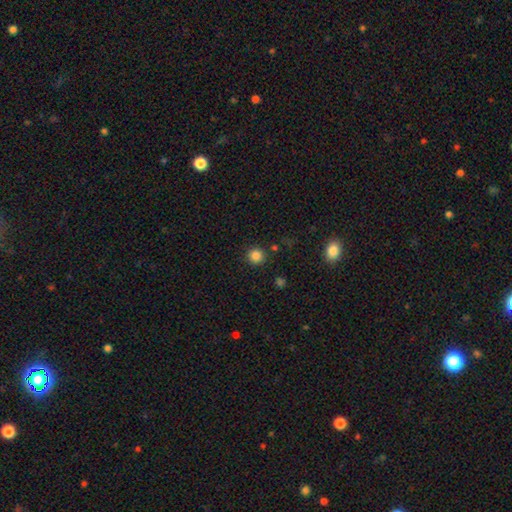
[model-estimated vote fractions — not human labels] This appears to be a smooth galaxy with no disk features (84%) that is round (94%). Merging: none (89%).